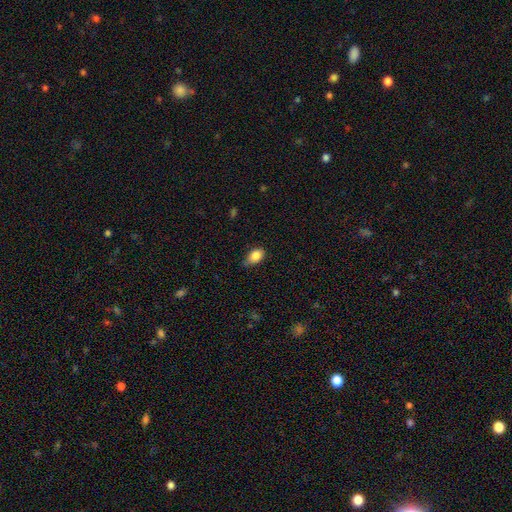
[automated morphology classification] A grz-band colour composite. It shows a smooth galaxy with no disk features (84%) that is in between round and cigar-shaped (84%). Merging: none (64%).